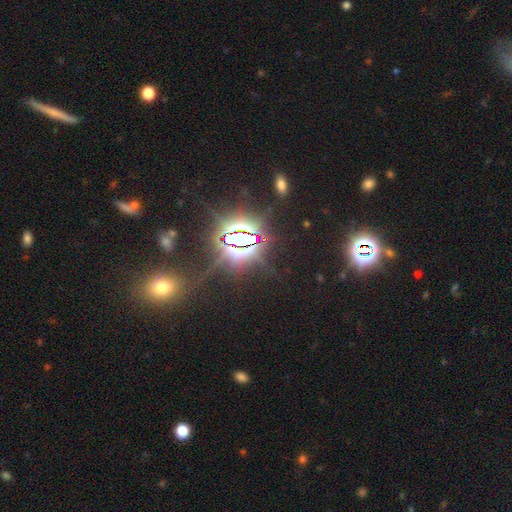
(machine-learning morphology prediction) Smooth or featured? Predicted: star or artifact (p=0.82).